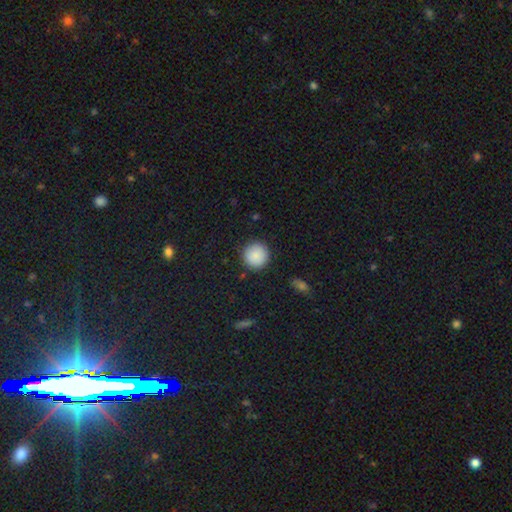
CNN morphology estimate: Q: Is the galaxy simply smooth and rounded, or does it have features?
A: smooth — 88%.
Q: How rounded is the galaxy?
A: round — 95%.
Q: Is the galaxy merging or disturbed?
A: none — 90%.